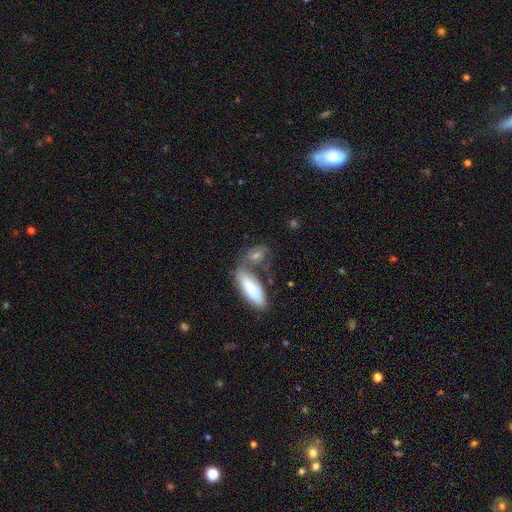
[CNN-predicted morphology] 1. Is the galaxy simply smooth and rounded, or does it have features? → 67% smooth, 22% featured or disk, 11% star or artifact.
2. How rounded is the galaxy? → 64% in between, 28% cigar-shaped, 8% round.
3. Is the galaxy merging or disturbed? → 48% none, 32% merger, 14% minor disturbance, 6% major disturbance.